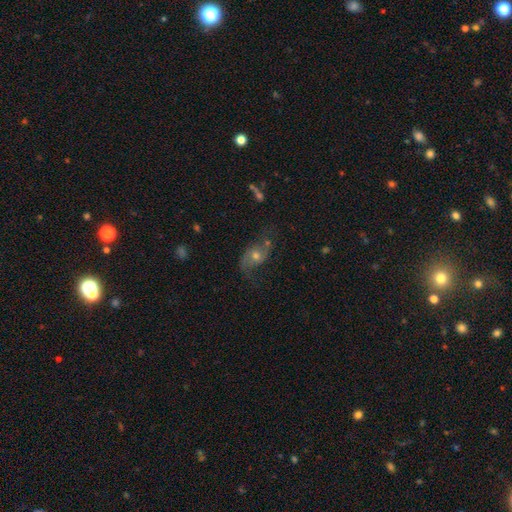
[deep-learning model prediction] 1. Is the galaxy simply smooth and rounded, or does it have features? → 65% featured or disk, 25% smooth, 11% star or artifact.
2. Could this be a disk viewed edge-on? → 94% no, 6% yes.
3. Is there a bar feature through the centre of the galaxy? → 69% no, 25% weak, 6% strong.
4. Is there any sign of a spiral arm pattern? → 84% yes, 16% no.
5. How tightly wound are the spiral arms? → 71% loose, 23% medium, 6% tight.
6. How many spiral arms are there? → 84% 2, 7% 1, 5% can't tell, 1% 3, 1% 4, 1% more than 4.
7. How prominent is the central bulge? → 61% moderate, 31% small, 6% large, 2% none, 1% dominant.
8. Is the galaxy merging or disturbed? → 54% none, 22% minor disturbance, 19% major disturbance, 5% merger.